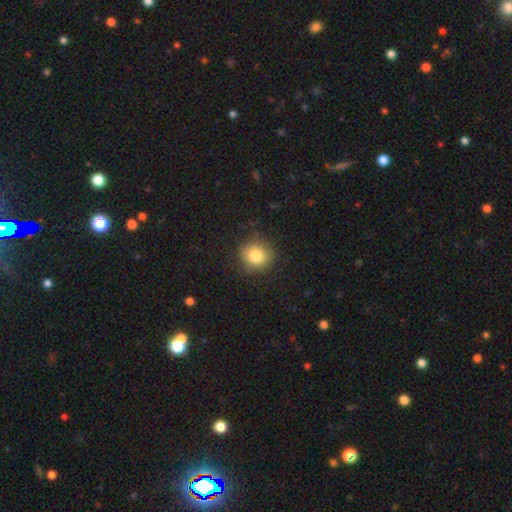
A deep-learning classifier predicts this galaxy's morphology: Smooth or featured? Predicted: smooth (p=0.81). How rounded? Predicted: round (p=0.83). Merging? Predicted: none (p=0.79).